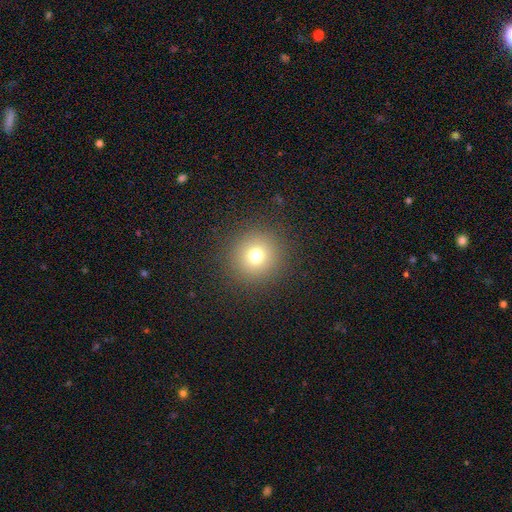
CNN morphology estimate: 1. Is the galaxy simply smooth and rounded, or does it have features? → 74% smooth, 16% star or artifact, 9% featured or disk.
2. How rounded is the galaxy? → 95% round, 4% in between, 1% cigar-shaped.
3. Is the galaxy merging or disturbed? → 91% none, 5% minor disturbance, 3% major disturbance, 1% merger.